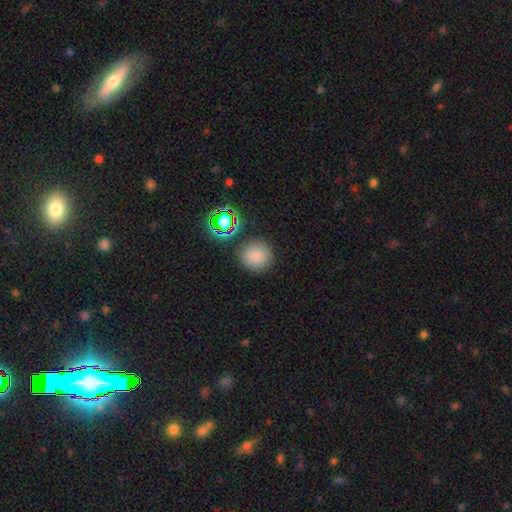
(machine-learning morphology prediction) Q: Smooth or featured?
A: smooth (74%); runner-up: star or artifact (16%)
Q: How rounded?
A: round (92%); runner-up: in between (7%)
Q: Merging?
A: none (84%); runner-up: minor disturbance (9%)